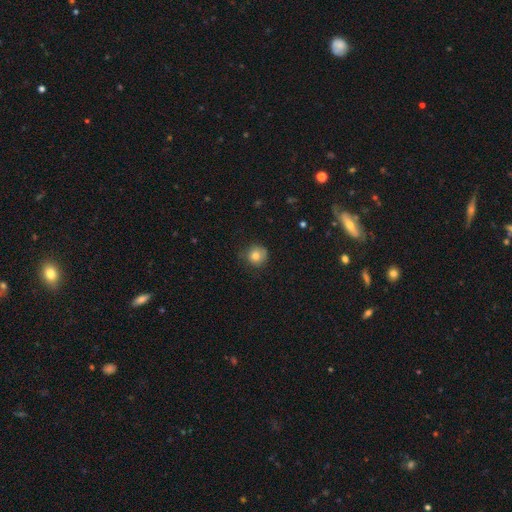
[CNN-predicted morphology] The model was most divided on "merging": none: 73%, minor disturbance: 20%, major disturbance: 6%, merger: 1%. More confident: how rounded — round (91%); smooth or featured — smooth (78%).